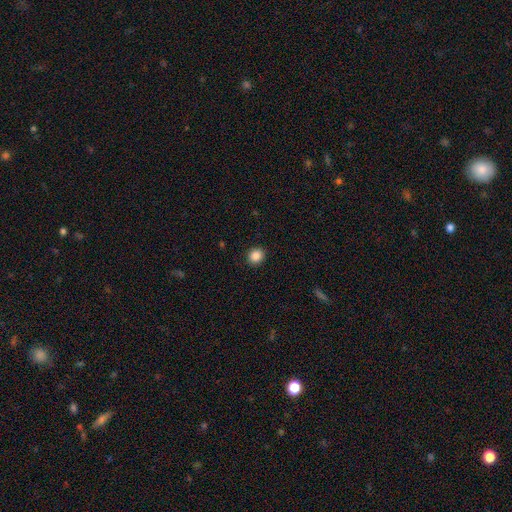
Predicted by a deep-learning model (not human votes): This appears to be a smooth galaxy with no disk features (87%) that is round (79%). Merging: none (92%).